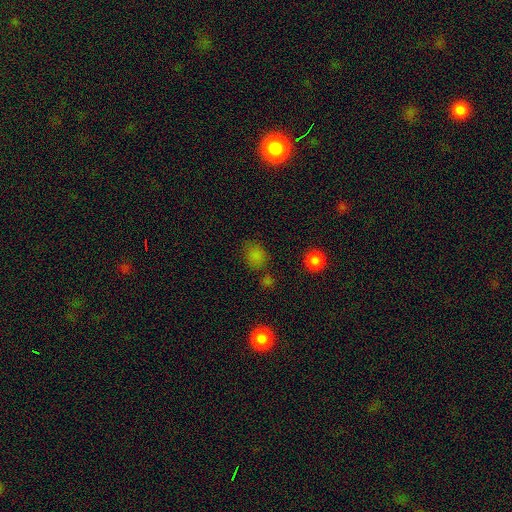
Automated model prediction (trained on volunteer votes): A smooth galaxy with no disk features (75%) that is round (55%).

Vote fractions:
- Smooth or featured? smooth: 75% / star or artifact: 20% / featured or disk: 5%
- How rounded? round: 55% / in between: 44% / cigar-shaped: 2%
- Merging? none: 68% / minor disturbance: 16% / merger: 10% / major disturbance: 6%